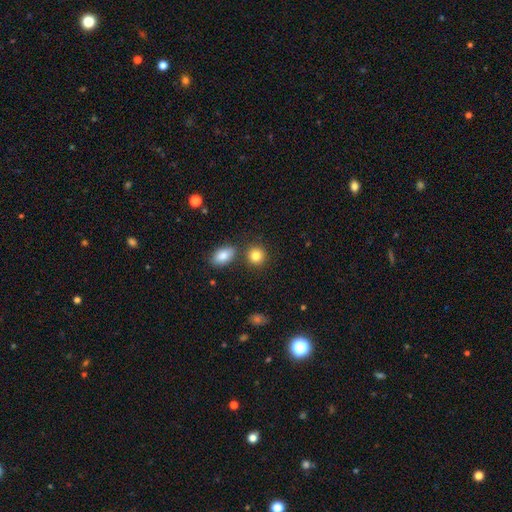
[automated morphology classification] Overall: smooth (84%). How rounded: round (80%). Merging: none (77%).